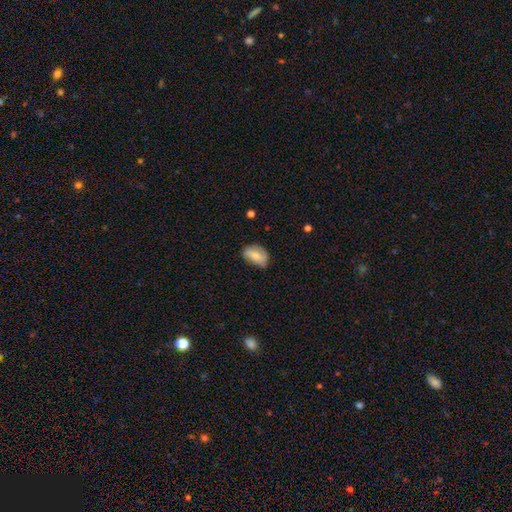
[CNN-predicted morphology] smooth-or-featured: smooth: 63% | featured or disk: 29% | star or artifact: 7%
  how-rounded: in between: 85% | round: 13% | cigar-shaped: 2%
  merging: none: 58% | minor disturbance: 33% | major disturbance: 7% | merger: 2%